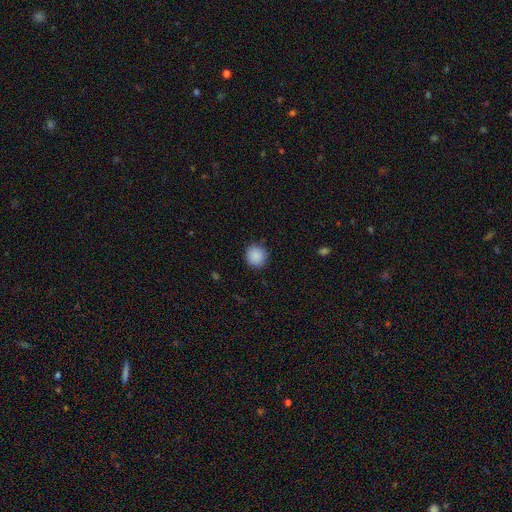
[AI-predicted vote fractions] smooth-or-featured: smooth: 89% | star or artifact: 8% | featured or disk: 3%
  how-rounded: round: 93% | in between: 6% | cigar-shaped: 1%
  merging: none: 90% | minor disturbance: 7% | major disturbance: 2% | merger: 1%